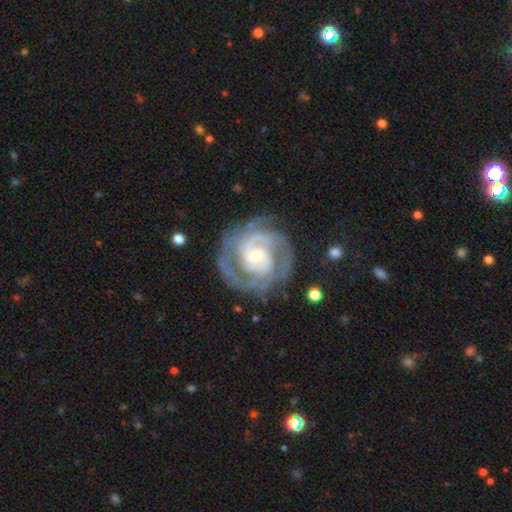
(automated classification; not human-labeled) The model was most divided on "bulge size": small: 53%, moderate: 42%, large: 3%, none: 1%, dominant: 1%. Remaining: edge-on disk — no (98%); spiral arms — yes (97%); smooth or featured — featured or disk (90%); merging — none (76%); spiral winding — tight (61%); bar — no (52%); spiral arm count — 2 (42%).